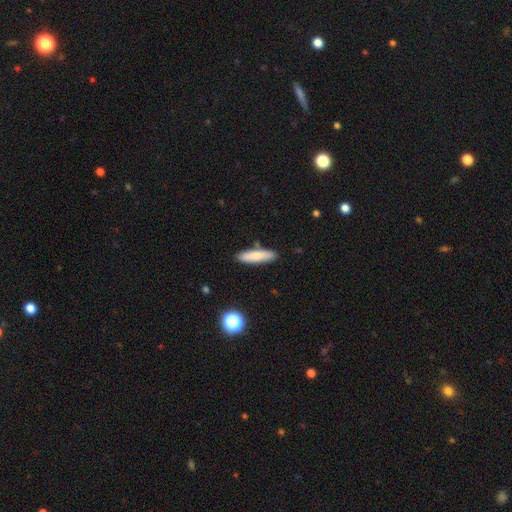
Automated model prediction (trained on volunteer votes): Overall: smooth (80%). How rounded: cigar-shaped (73%). Merging: none (85%).